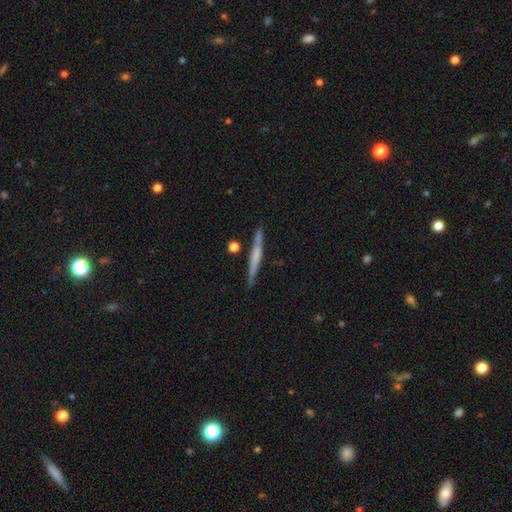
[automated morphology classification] This is possibly a featured or disk galaxy (52%). It is clearly viewed edge-on (96%). Merging: clearly none (84%).